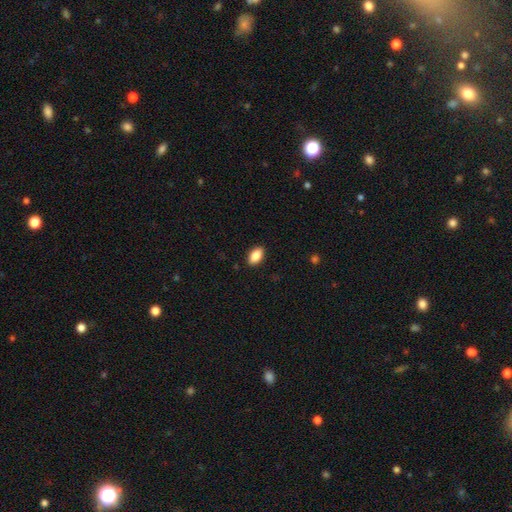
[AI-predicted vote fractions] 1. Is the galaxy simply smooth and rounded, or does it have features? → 86% smooth, 7% star or artifact, 7% featured or disk.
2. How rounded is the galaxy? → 91% in between, 5% round, 4% cigar-shaped.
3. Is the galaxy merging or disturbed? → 89% none, 8% minor disturbance, 2% major disturbance, 1% merger.